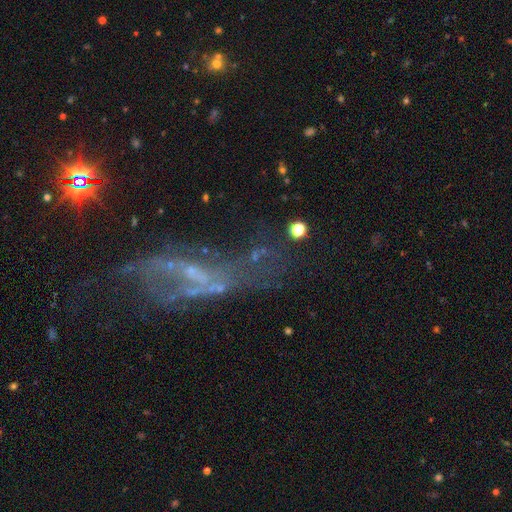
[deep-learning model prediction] Morphology: type=featured or disk (53%); edge-on=no (84%); merging=none (38%).